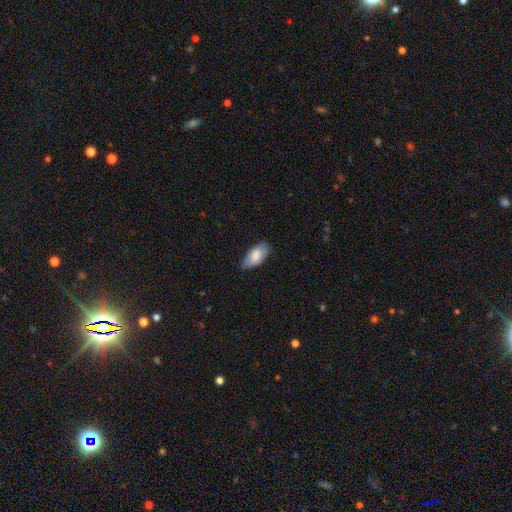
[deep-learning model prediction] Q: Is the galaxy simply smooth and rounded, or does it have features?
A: smooth — 81%.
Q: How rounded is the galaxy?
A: in between — 92%.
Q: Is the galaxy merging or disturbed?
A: none — 71%.